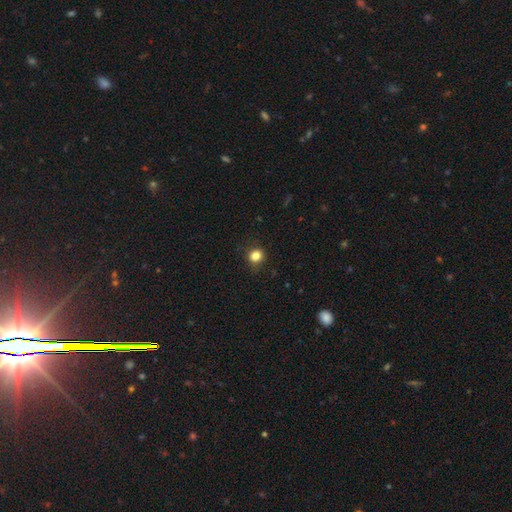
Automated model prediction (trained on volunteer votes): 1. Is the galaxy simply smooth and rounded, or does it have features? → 83% smooth, 13% star or artifact, 4% featured or disk.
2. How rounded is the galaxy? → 88% round, 11% in between, 1% cigar-shaped.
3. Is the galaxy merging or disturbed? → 87% none, 10% minor disturbance, 3% major disturbance, 1% merger.